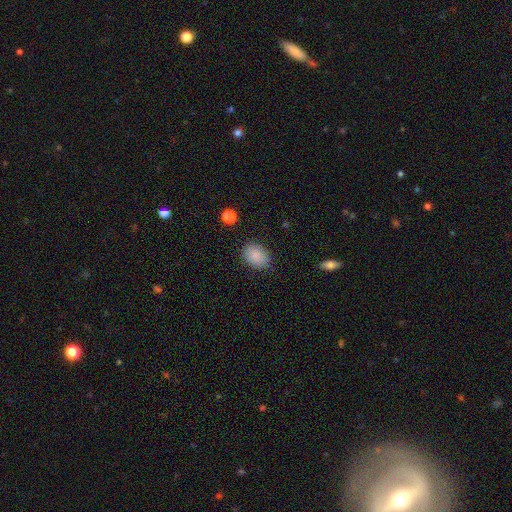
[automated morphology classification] This appears to be a smooth galaxy with no disk features (87%) that is in between round and cigar-shaped (76%). Merging: none (84%).